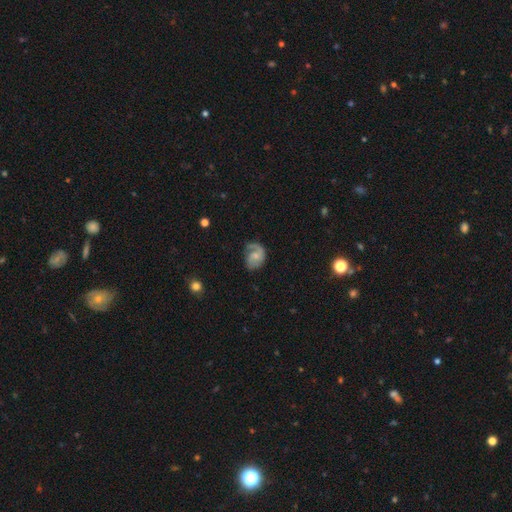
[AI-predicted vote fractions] Morphology: type=featured or disk (65%); edge-on=no (97%); bar=no (62%); spiral arms=yes (89%); winding=medium (42%); arm count=1 (45%); bulge=small (51%); merging=none (50%).